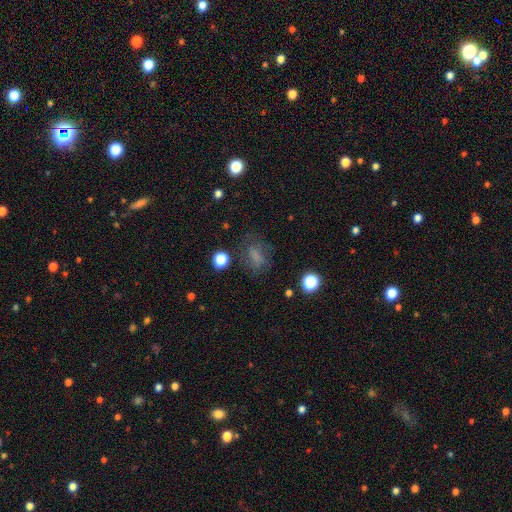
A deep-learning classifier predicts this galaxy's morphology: This is possibly a smooth galaxy (60%). How rounded: likely in between (66%). Merging: likely none (62%).